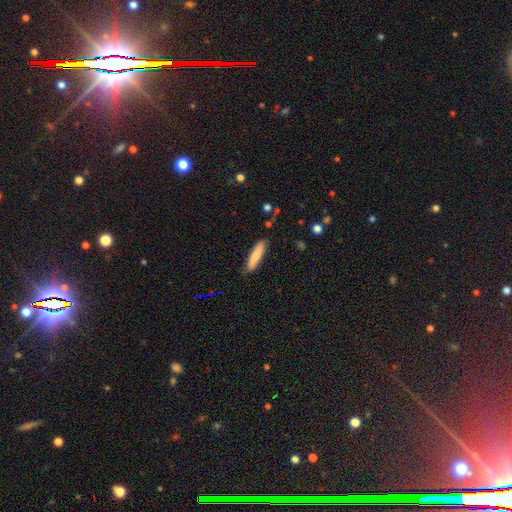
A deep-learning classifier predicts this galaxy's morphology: This appears to be a smooth galaxy with no disk features (83%) that is cigar-shaped (81%). Merging: none (83%).